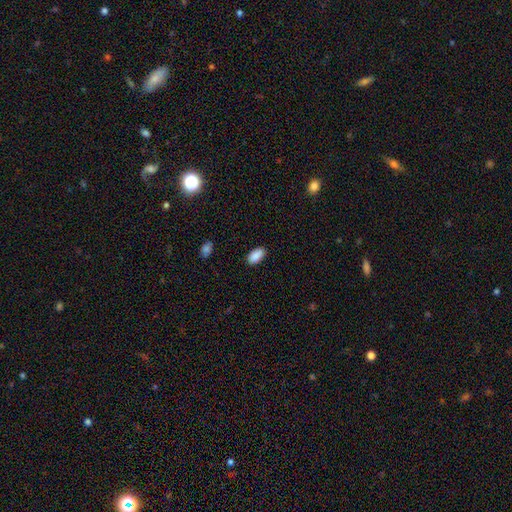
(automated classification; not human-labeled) This appears to be a smooth galaxy with no disk features (89%) that is in between round and cigar-shaped (93%). Merging: none (87%).